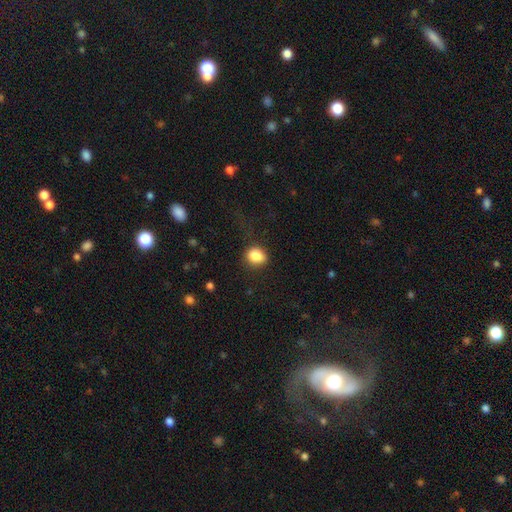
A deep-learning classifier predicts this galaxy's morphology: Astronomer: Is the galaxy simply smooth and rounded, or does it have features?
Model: smooth — 86%.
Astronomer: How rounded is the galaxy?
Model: in between — 51% (runner-up: round, 48%).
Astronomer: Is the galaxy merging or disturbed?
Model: none — 76%.